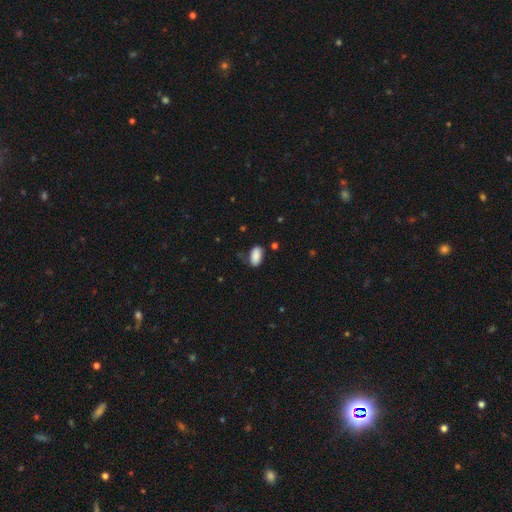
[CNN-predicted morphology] Smooth or featured: smooth — 89% (star or artifact — 7%)
How rounded: in between — 94% (round — 3%)
Merging: none — 74% (minor disturbance — 19%)